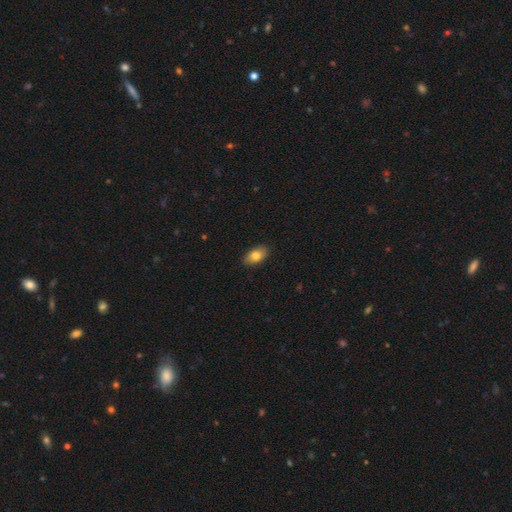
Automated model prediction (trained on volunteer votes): smooth_or_featured: smooth (p=0.81) [alt: featured or disk p=0.12]
how_rounded: in between (p=0.92) [alt: round p=0.05]
merging: none (p=0.87) [alt: minor disturbance p=0.10]